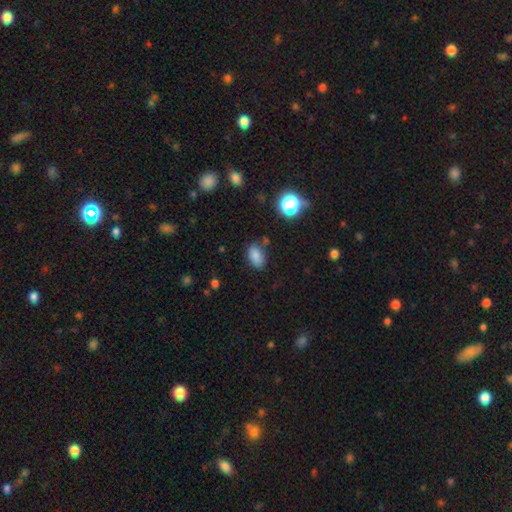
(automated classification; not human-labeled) A smooth galaxy with no disk features (82%) that is in between round and cigar-shaped (88%). Merging: none (75%).